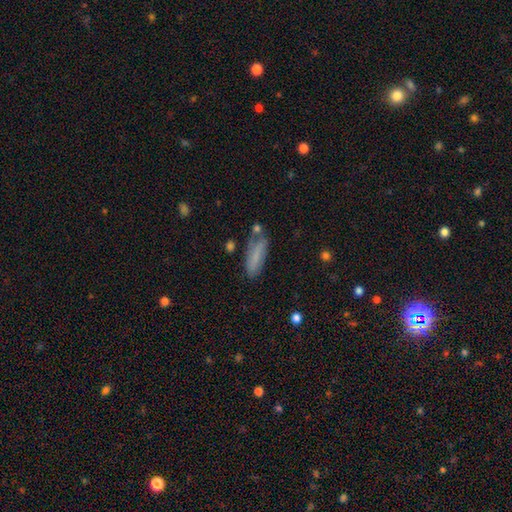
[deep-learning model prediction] smooth 74%, featured or disk 18%, star or artifact 8%. Down the decision tree: how rounded — in between (51%); merging — none (62%).